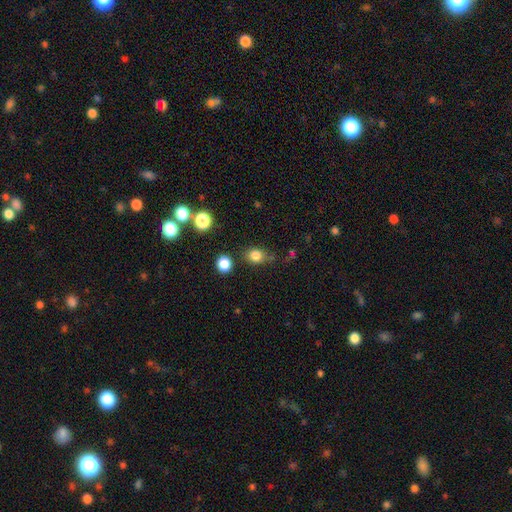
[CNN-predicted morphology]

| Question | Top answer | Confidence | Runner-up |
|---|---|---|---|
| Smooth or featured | smooth | 82% | star or artifact (12%) |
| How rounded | round | 63% | in between (36%) |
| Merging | none | 67% | minor disturbance (19%) |